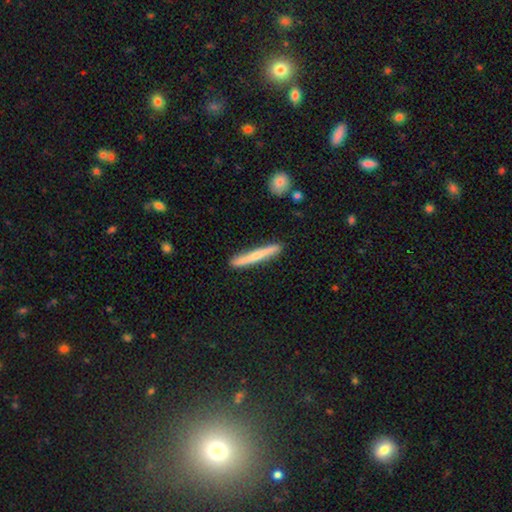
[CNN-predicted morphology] Smooth or featured: smooth — 57% (featured or disk — 38%)
How rounded: cigar-shaped — 96% (in between — 3%)
Merging: none — 89% (minor disturbance — 8%)